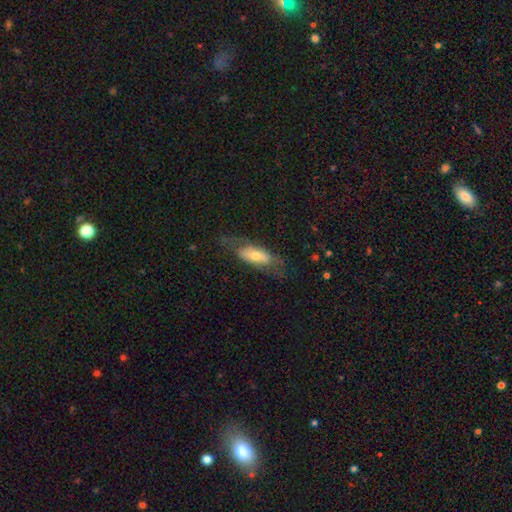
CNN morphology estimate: A smooth galaxy with no disk features (49%). Merging: none (58%).